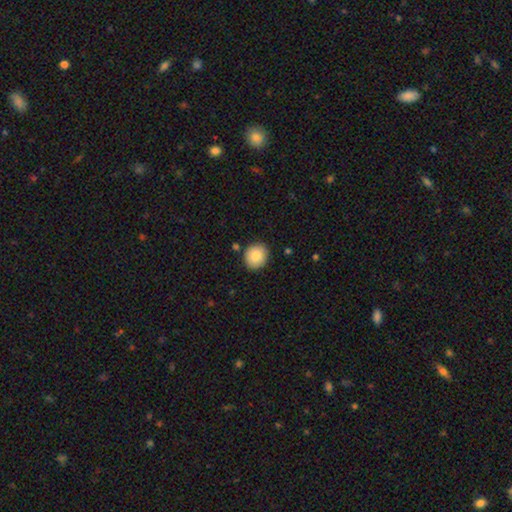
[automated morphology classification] smooth-or-featured: smooth: 85% | star or artifact: 8% | featured or disk: 7%
  how-rounded: round: 79% | in between: 20% | cigar-shaped: 1%
  merging: none: 86% | minor disturbance: 9% | merger: 2% | major disturbance: 2%